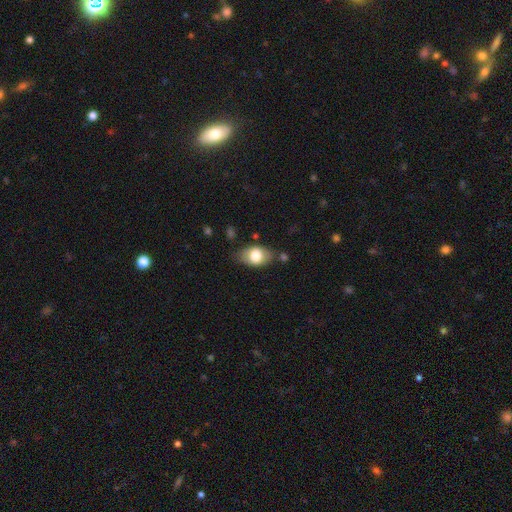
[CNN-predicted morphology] Smooth or featured?
  - smooth: 73% *
  - featured or disk: 20%
  - star or artifact: 7%
How rounded?
  - in between: 87% *
  - round: 11%
  - cigar-shaped: 2%
Merging?
  - none: 72% *
  - minor disturbance: 18%
  - major disturbance: 5%
  - merger: 5%